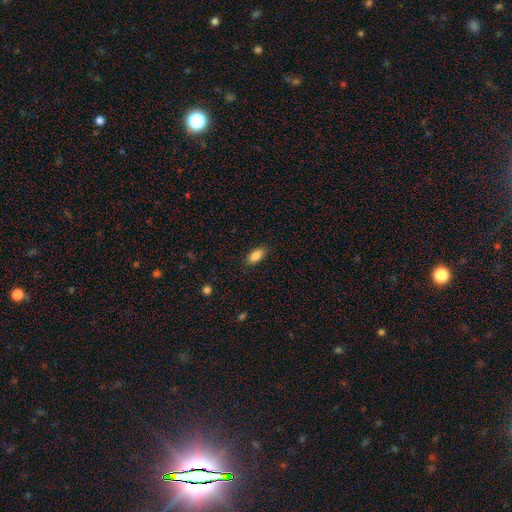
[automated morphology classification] This appears to be a smooth galaxy with no disk features (86%) that is in between round and cigar-shaped (87%). Merging: none (86%).